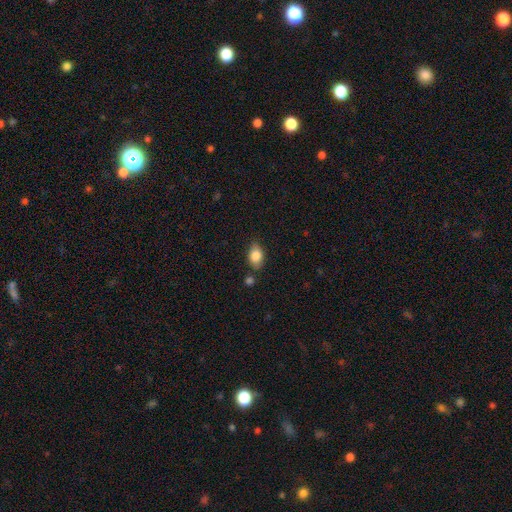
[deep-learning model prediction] Morphology: type=smooth (82%); roundness=in between (84%); merging=none (75%).